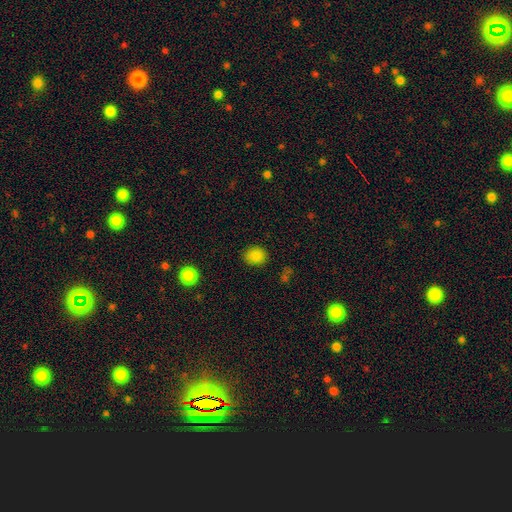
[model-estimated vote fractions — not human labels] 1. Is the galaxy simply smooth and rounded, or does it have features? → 84% smooth, 12% star or artifact, 4% featured or disk.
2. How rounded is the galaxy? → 65% round, 34% in between, 1% cigar-shaped.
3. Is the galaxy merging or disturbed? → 86% none, 9% minor disturbance, 3% major disturbance, 2% merger.